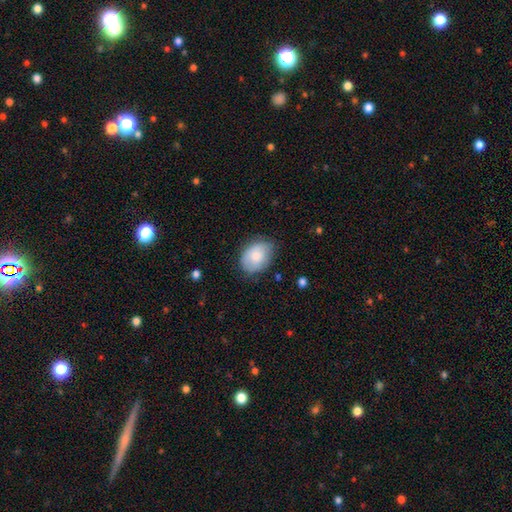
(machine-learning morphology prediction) This is likely a smooth galaxy (80%). How rounded: likely in between (76%). Merging: likely none (71%).